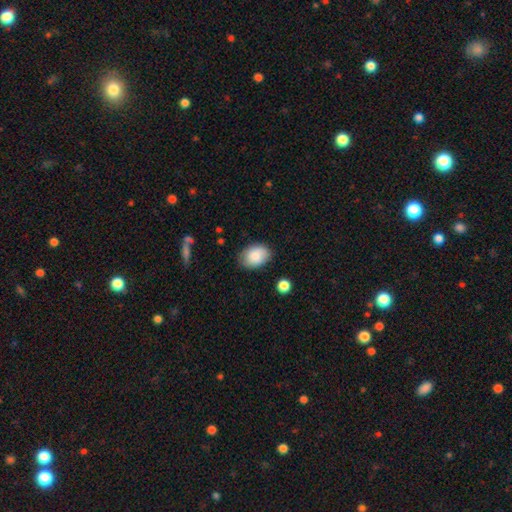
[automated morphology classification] smooth-or-featured: smooth: 86% | featured or disk: 7% | star or artifact: 7%
  how-rounded: in between: 80% | round: 19% | cigar-shaped: 1%
  merging: none: 78% | minor disturbance: 16% | major disturbance: 3% | merger: 2%